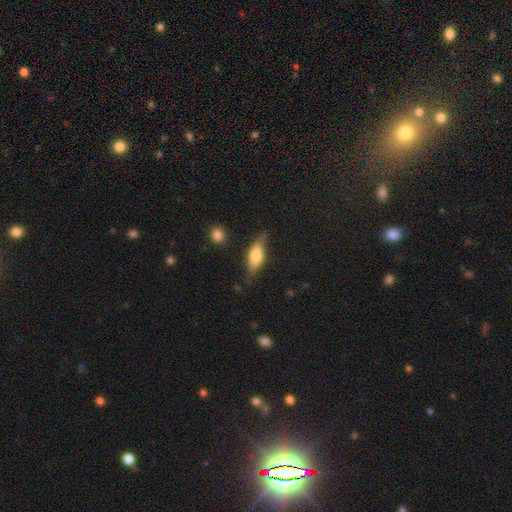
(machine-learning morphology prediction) The model was most divided on "how rounded": in between: 68%, cigar-shaped: 29%, round: 3%. More confident: merging — none (71%); smooth or featured — smooth (70%).